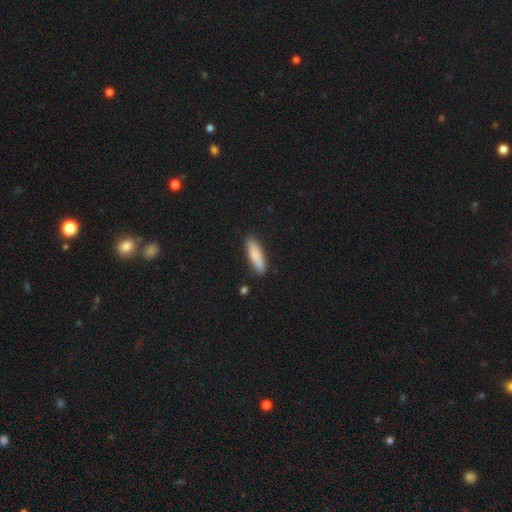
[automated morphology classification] This is clearly a smooth galaxy (84%). How rounded: likely cigar-shaped (66%). Merging: clearly none (86%).